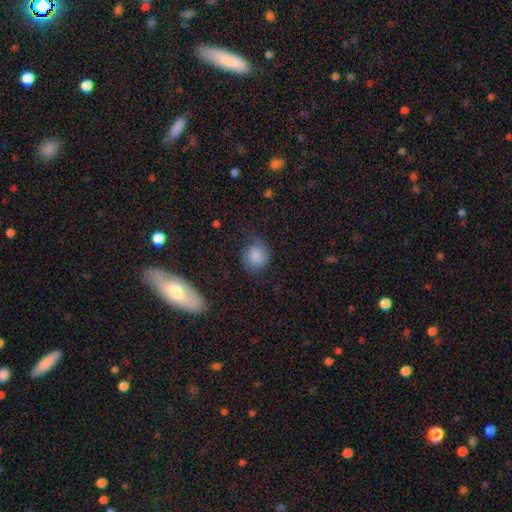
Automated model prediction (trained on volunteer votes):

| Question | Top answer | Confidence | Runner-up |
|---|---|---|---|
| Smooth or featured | smooth | 72% | featured or disk (19%) |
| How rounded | round | 74% | in between (25%) |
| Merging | none | 58% | minor disturbance (26%) |